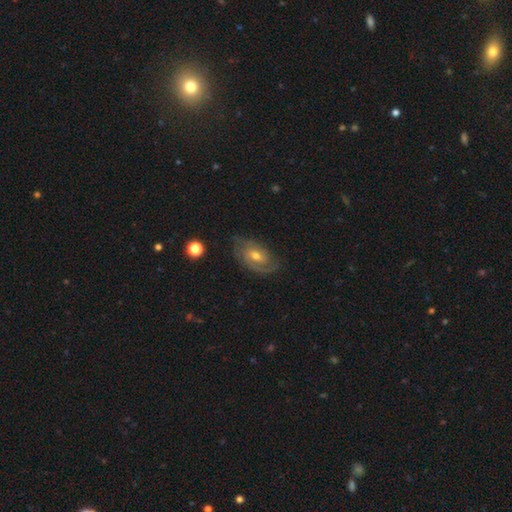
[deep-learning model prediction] Morphology: type=featured or disk (80%); edge-on=no (96%); bar=no (52%); spiral arms=yes (93%); winding=tight (49%); arm count=2 (66%); bulge=moderate (61%); merging=none (74%).